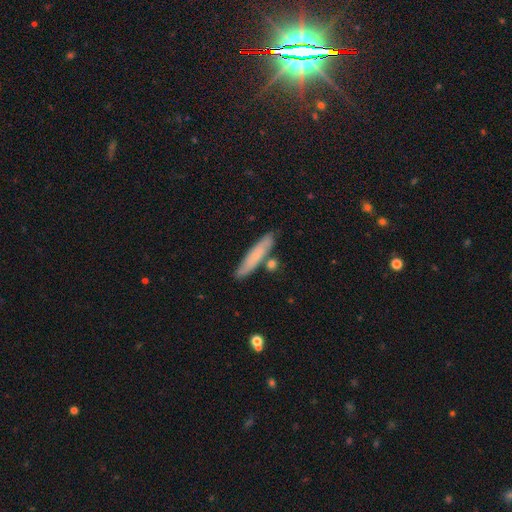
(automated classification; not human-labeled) Smooth or featured: smooth — 64% (featured or disk — 29%)
How rounded: cigar-shaped — 88% (in between — 10%)
Merging: none — 79% (minor disturbance — 12%)